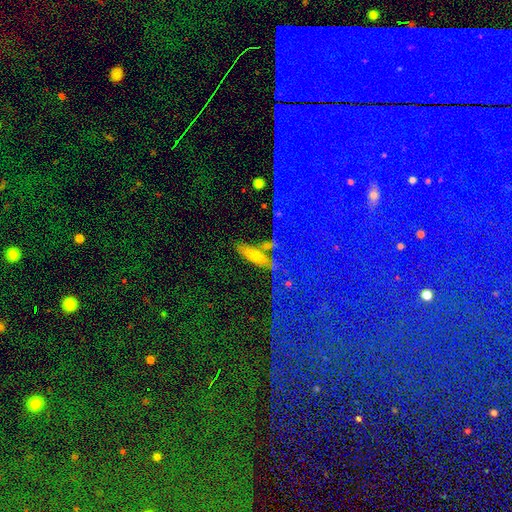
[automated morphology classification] Smooth or featured? Predicted: smooth (p=0.64). How rounded? Predicted: cigar-shaped (p=0.56). Merging? Predicted: none (p=0.64).